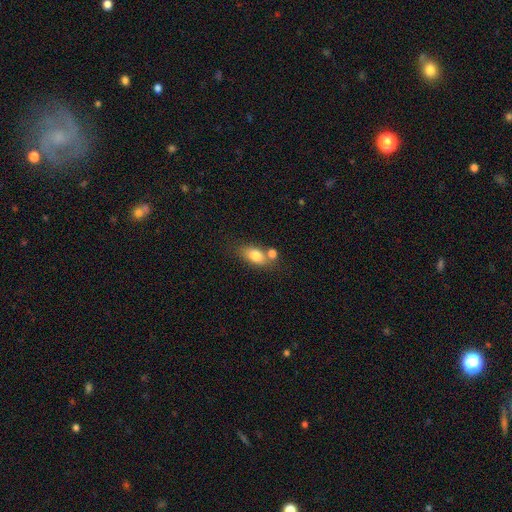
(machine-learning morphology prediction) Smooth or featured: smooth — 78% (featured or disk — 13%)
How rounded: in between — 81% (round — 14%)
Merging: none — 52% (merger — 29%)